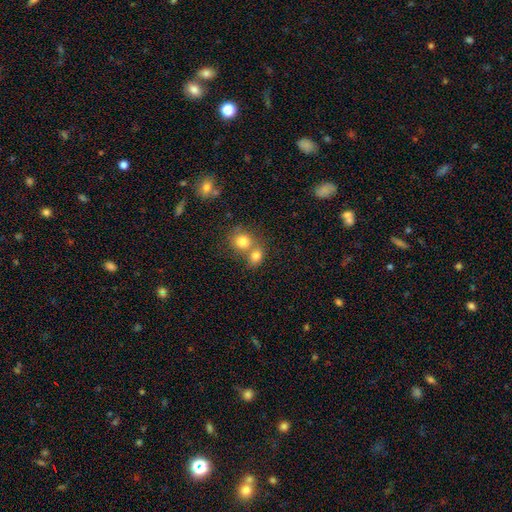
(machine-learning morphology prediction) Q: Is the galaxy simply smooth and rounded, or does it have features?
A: smooth — 79%.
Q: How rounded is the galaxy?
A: round — 62%.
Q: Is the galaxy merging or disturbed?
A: merger — 54%.